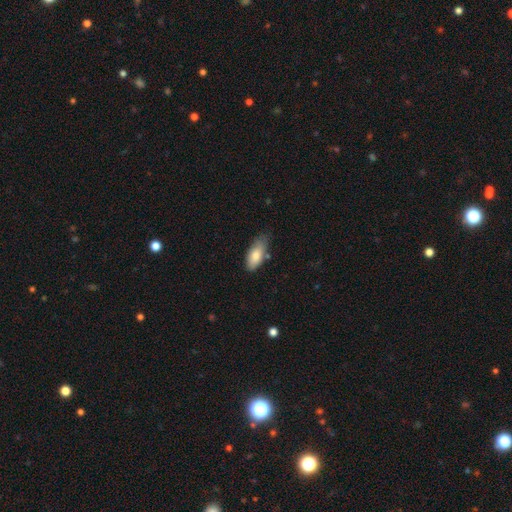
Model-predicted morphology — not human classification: Smooth or featured? smooth (80%)
How rounded? in between (85%)
Merging? none (60%)